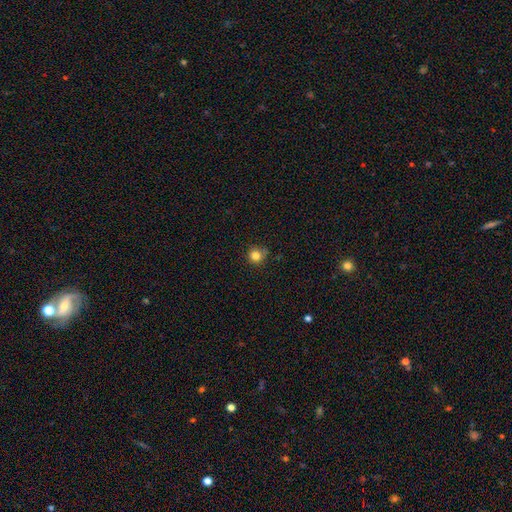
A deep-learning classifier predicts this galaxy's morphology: Smooth or featured: smooth — 82% (star or artifact — 13%)
How rounded: round — 93% (in between — 6%)
Merging: none — 78% (minor disturbance — 15%)